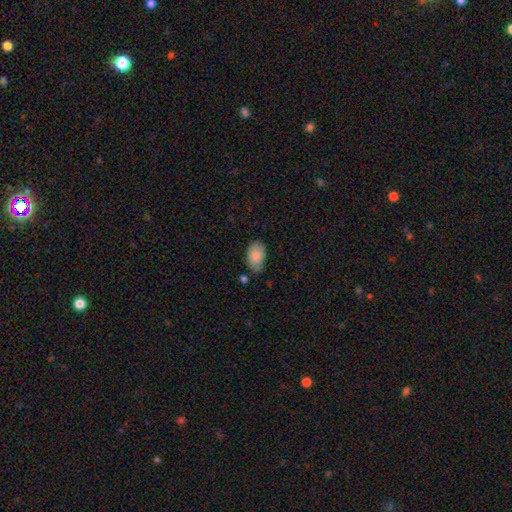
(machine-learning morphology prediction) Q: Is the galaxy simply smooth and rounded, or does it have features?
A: smooth — 87%.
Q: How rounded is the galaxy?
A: in between — 90%.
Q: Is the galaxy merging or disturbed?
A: none — 65%.